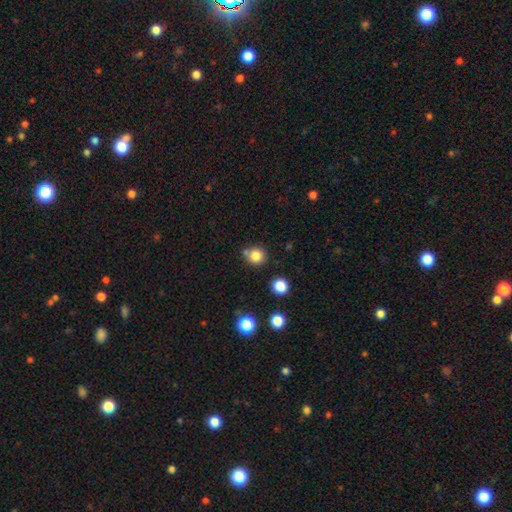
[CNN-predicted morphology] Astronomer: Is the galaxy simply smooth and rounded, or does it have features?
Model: smooth — 82%.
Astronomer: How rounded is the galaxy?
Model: round — 89%.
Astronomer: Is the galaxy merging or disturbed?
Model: none — 72%.